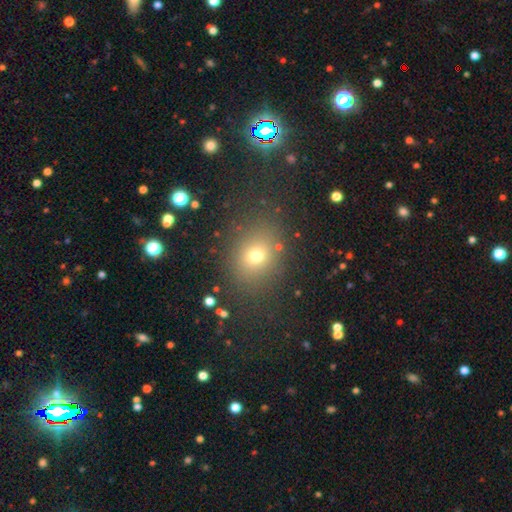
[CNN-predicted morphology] type=smooth (69%); roundness=round (58%); merging=none (81%).